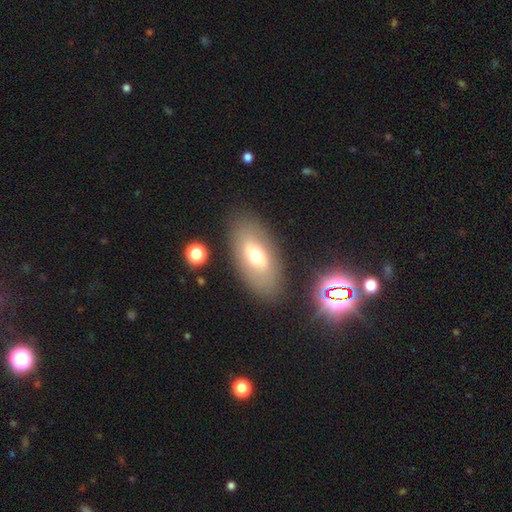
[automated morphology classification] Overall: smooth (57%; featured or disk 32%). How rounded: in between (90%). Merging: none (80%).